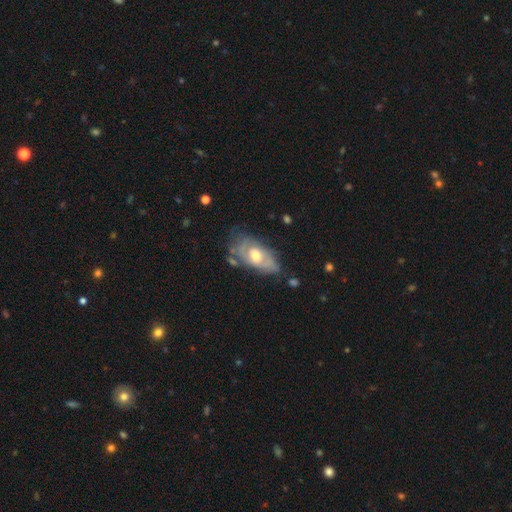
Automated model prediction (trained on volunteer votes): A featured or disk galaxy (60%) with no bar (79%), spiral arms (55%) and a moderate central bulge (72%). Merging: none (49%).